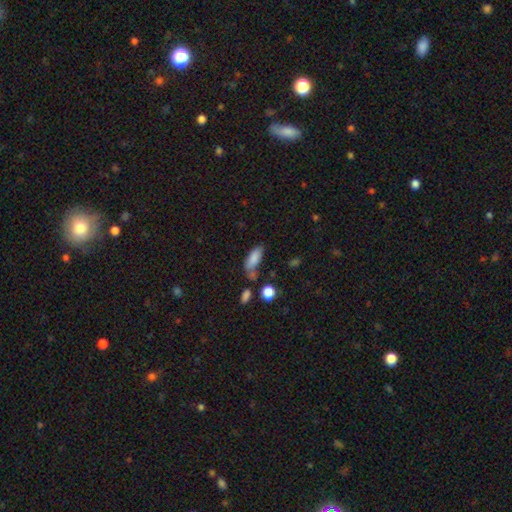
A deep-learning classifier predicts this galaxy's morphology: A smooth galaxy with no disk features (80%) that is in between round and cigar-shaped (78%). Merging: none (41%).